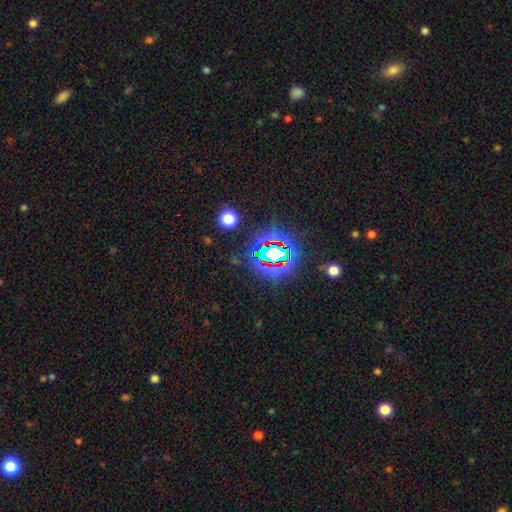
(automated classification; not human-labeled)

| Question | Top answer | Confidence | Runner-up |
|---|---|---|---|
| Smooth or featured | star or artifact | 77% | smooth (15%) |